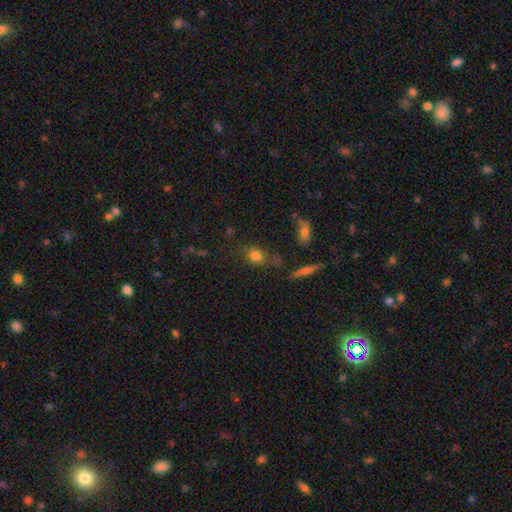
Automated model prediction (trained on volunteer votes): A smooth galaxy with no disk features (77%) that is round (63%). Merging: none (69%).